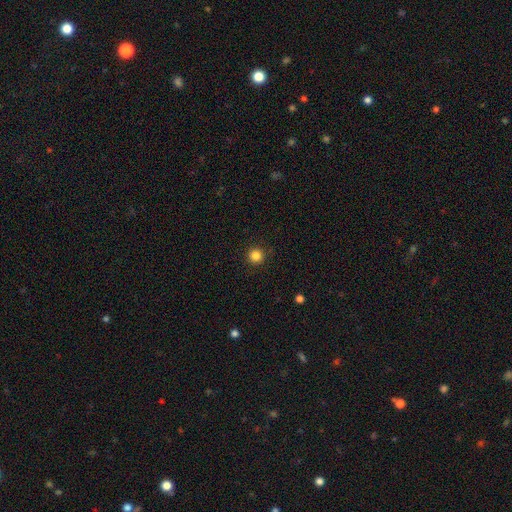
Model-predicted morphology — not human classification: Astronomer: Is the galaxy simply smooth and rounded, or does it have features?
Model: smooth — 84%.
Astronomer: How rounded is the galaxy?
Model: round — 96%.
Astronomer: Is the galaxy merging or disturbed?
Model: none — 92%.